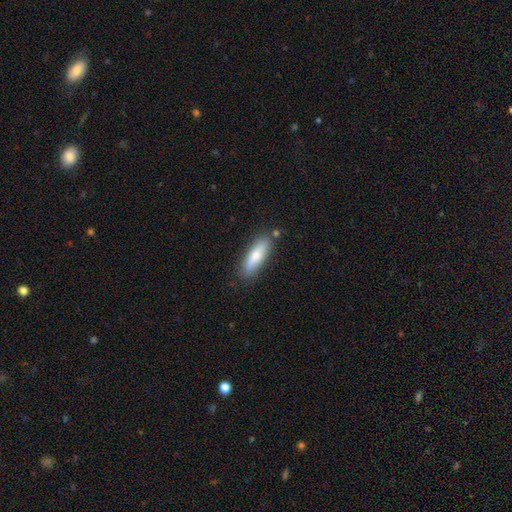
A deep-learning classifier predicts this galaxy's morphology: Smooth or featured: smooth — 71% (featured or disk — 23%)
How rounded: cigar-shaped — 62% (in between — 36%)
Merging: none — 81% (minor disturbance — 13%)